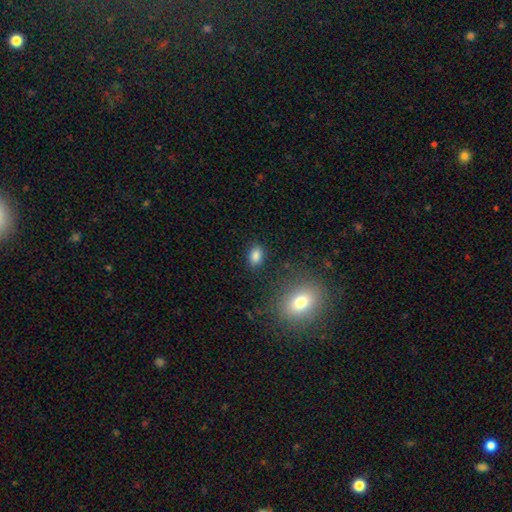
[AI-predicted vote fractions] smooth-or-featured: smooth: 84% | star or artifact: 11% | featured or disk: 6%
  how-rounded: in between: 82% | round: 16% | cigar-shaped: 2%
  merging: none: 85% | minor disturbance: 9% | major disturbance: 3% | merger: 3%